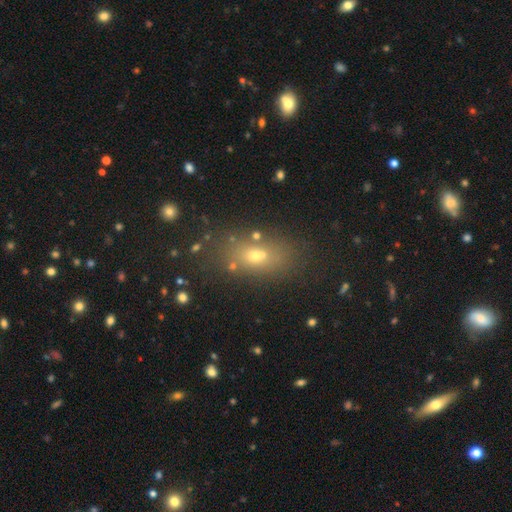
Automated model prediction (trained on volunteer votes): Smooth or featured? Predicted: smooth (p=0.61). How rounded? Predicted: in between (p=0.73). Merging? Predicted: none (p=0.70).